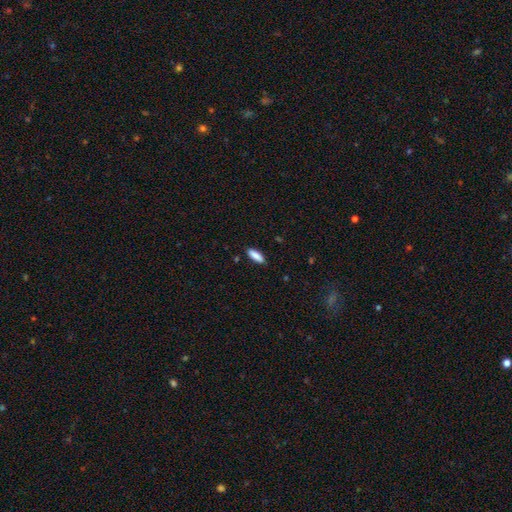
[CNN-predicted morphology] Q: Smooth or featured?
A: smooth (88%); runner-up: star or artifact (6%)
Q: How rounded?
A: in between (60%); runner-up: cigar-shaped (38%)
Q: Merging?
A: none (87%); runner-up: minor disturbance (10%)